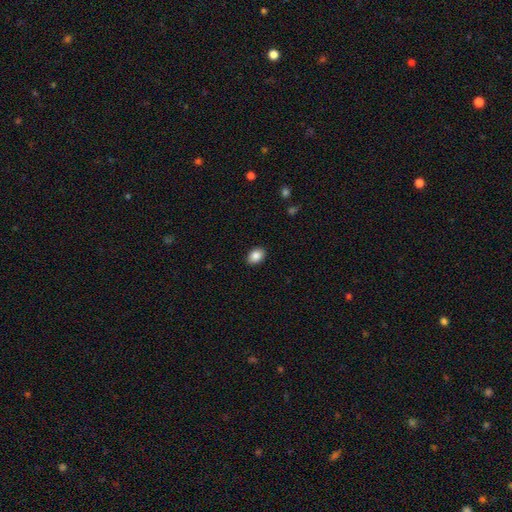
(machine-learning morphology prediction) This is clearly a smooth galaxy (87%). How rounded: likely in between (79%). Merging: clearly none (90%).